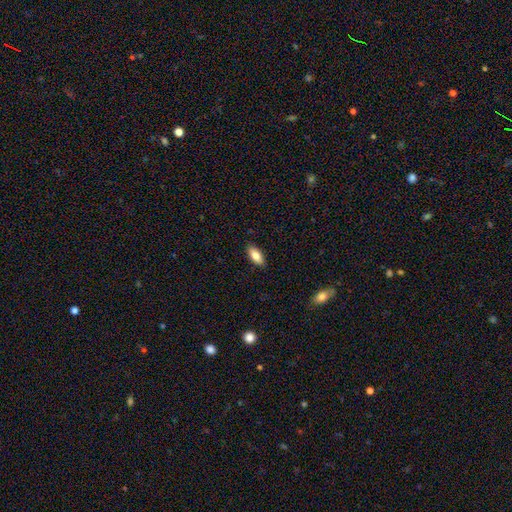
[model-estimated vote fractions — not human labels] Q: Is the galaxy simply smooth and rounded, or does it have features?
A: smooth — 82%.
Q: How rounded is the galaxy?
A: in between — 87%.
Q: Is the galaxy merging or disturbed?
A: none — 89%.